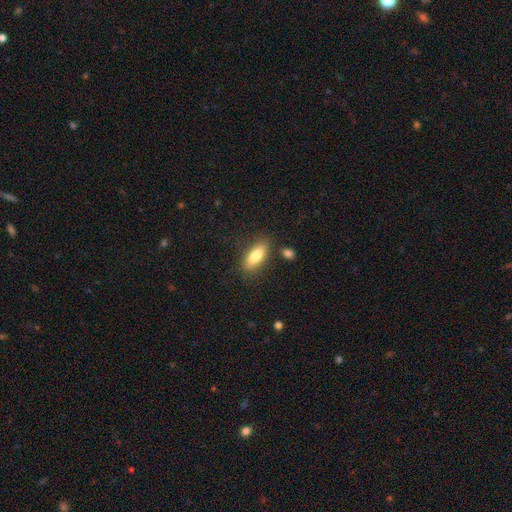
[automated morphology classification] smooth 80%, featured or disk 13%, star or artifact 7%. Down the decision tree: how rounded — in between (73%); merging — none (81%).